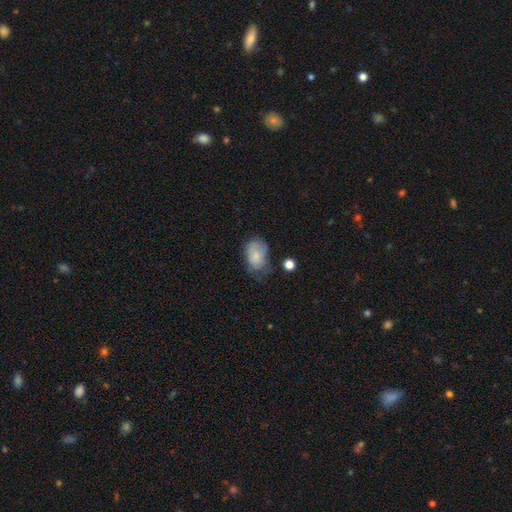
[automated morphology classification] This is likely a smooth galaxy (77%). How rounded: clearly in between (81%). Merging: marginally none (41%).